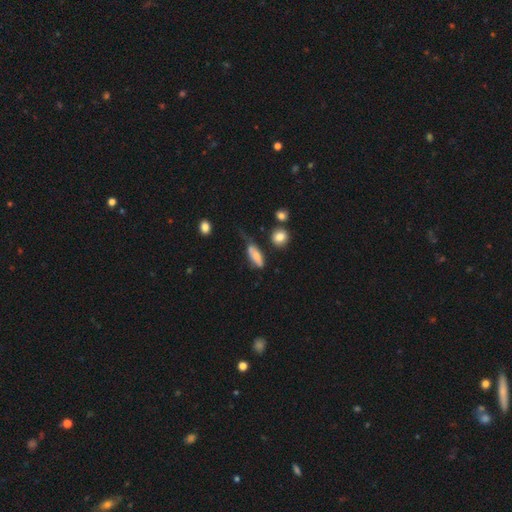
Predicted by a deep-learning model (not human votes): Morphology: type=smooth (69%); roundness=in between (64%); merging=none (36%).